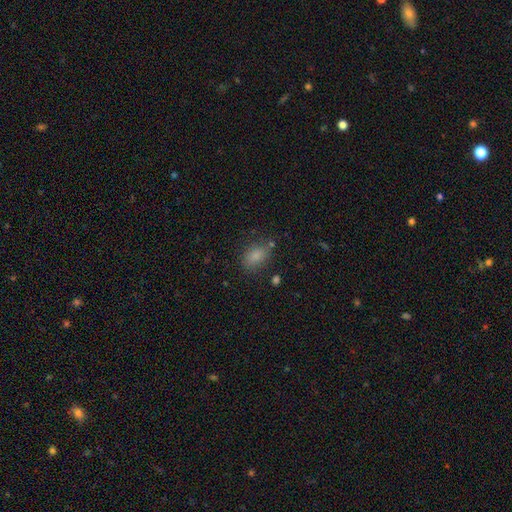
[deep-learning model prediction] This is clearly a smooth galaxy (84%). How rounded: clearly in between (86%). Merging: likely none (73%).